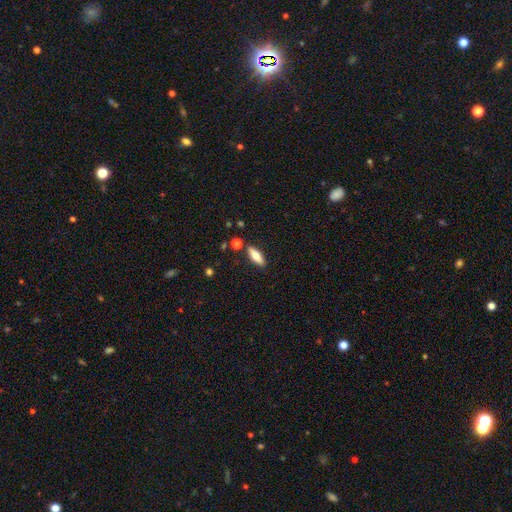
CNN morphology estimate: type=smooth (65%); roundness=in between (57%); merging=none (85%).